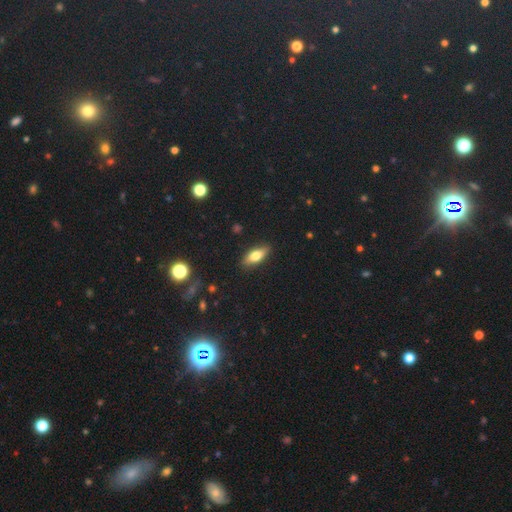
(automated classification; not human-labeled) Smooth or featured: smooth — 67% (featured or disk — 25%)
How rounded: in between — 69% (cigar-shaped — 28%)
Merging: none — 88% (minor disturbance — 9%)